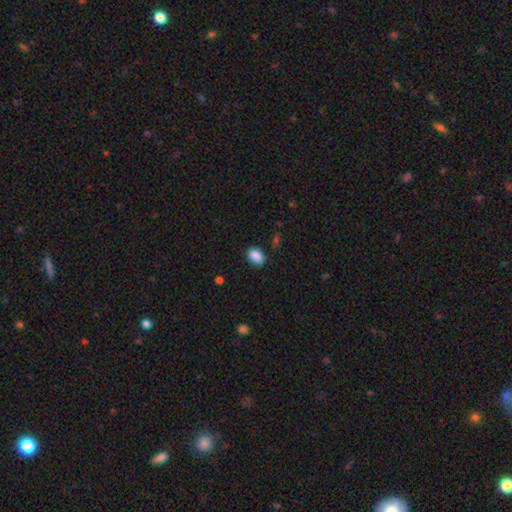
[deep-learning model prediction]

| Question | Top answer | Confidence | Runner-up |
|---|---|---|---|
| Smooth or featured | smooth | 88% | star or artifact (8%) |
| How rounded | in between | 81% | round (18%) |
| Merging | none | 78% | minor disturbance (16%) |